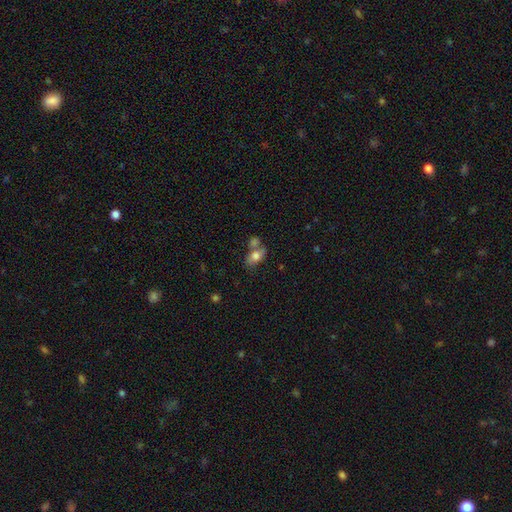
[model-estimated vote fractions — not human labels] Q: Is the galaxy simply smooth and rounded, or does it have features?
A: smooth — 73%.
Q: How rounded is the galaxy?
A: in between — 81%.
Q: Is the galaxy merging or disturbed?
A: merger — 40%.